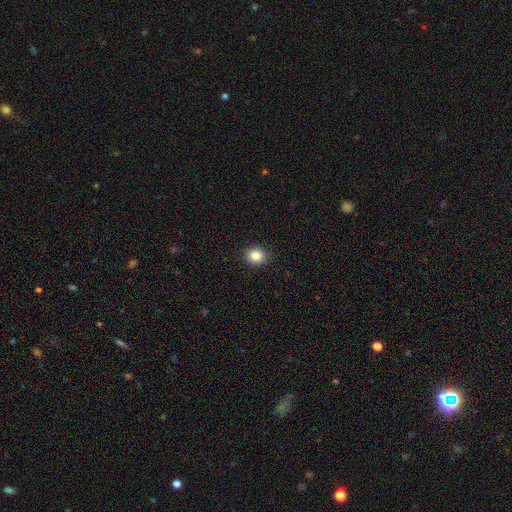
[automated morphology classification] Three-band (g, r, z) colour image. It shows a smooth galaxy with no disk features (84%) that is round (76%). Merging: none (91%).